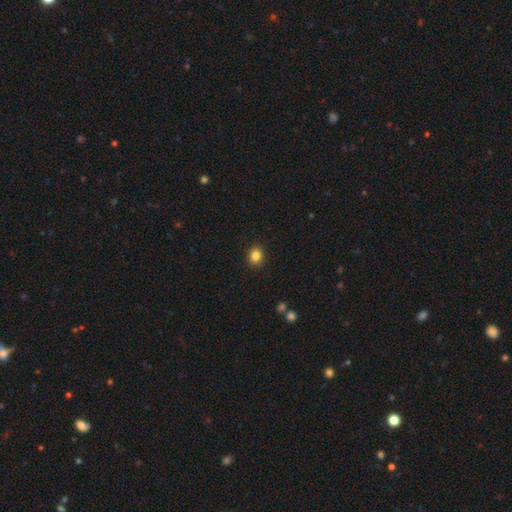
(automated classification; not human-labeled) The model was most divided on "how rounded": round: 71%, in between: 28%, cigar-shaped: 1%. More confident: merging — none (91%); smooth or featured — smooth (84%).